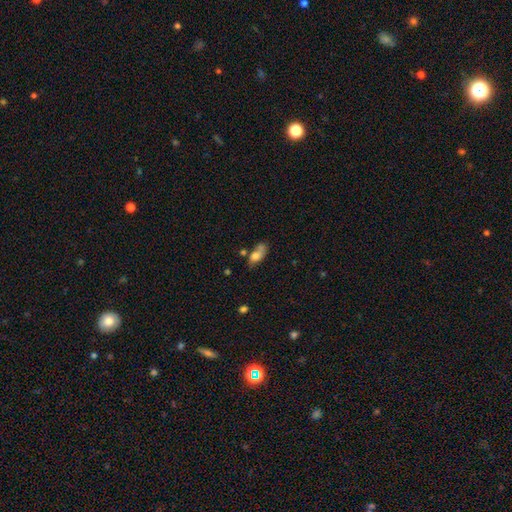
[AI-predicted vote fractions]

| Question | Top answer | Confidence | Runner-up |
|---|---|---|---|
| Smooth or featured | smooth | 70% | featured or disk (21%) |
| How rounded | in between | 81% | cigar-shaped (10%) |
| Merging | none | 37% | minor disturbance (24%) |